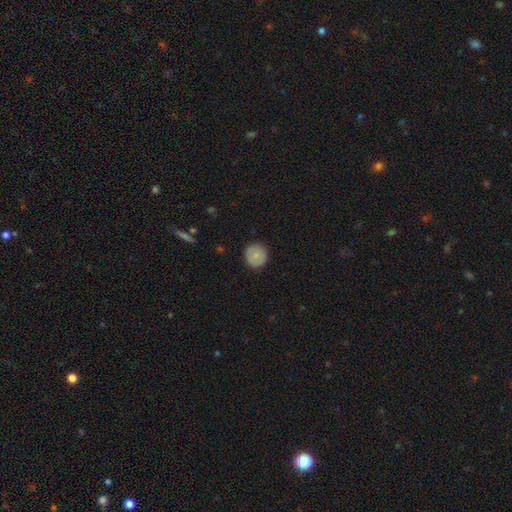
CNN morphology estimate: A smooth galaxy with no disk features (82%) that is round (93%). Merging: none (89%).